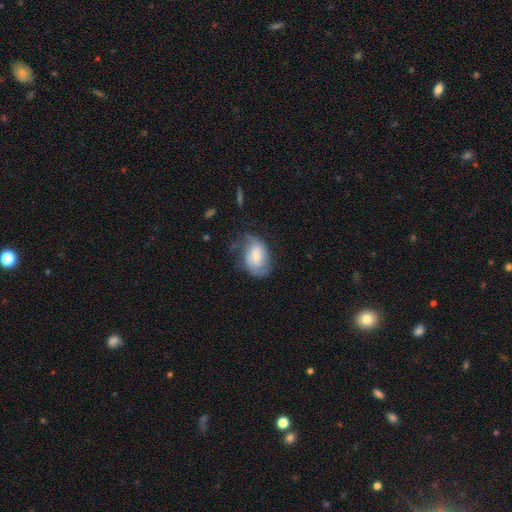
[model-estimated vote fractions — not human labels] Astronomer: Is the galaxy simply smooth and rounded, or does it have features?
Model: featured or disk — 52% (runner-up: smooth, 41%).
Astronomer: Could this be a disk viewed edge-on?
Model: no — 96%.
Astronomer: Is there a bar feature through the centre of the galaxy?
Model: no — 44%, tied with weak at 44%.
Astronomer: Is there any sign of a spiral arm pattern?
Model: yes — 82%.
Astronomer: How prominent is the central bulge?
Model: small — 54% (runner-up: moderate, 36%).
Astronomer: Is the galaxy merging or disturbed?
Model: none — 53% (runner-up: minor disturbance, 29%).